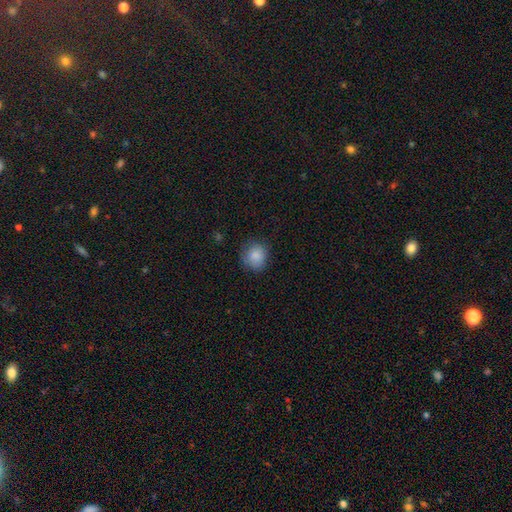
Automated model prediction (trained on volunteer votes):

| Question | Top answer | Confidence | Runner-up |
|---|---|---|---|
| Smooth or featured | smooth | 86% | star or artifact (9%) |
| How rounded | round | 78% | in between (21%) |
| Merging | none | 75% | minor disturbance (18%) |